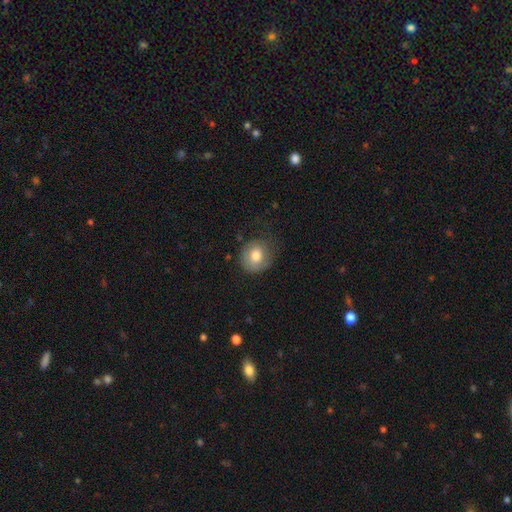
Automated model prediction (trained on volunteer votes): The model was most divided on "merging": none: 62%, minor disturbance: 23%, major disturbance: 13%, merger: 1%. More confident: how rounded — round (77%); smooth or featured — smooth (71%).